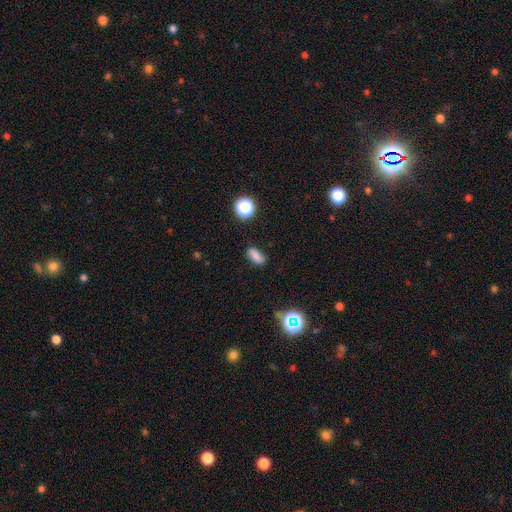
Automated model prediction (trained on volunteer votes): A smooth galaxy with no disk features (77%) that is in between round and cigar-shaped (82%).

Vote fractions:
- Smooth or featured? smooth: 77% / star or artifact: 14% / featured or disk: 9%
- How rounded? in between: 82% / cigar-shaped: 11% / round: 7%
- Merging? none: 80% / minor disturbance: 15% / major disturbance: 3% / merger: 2%